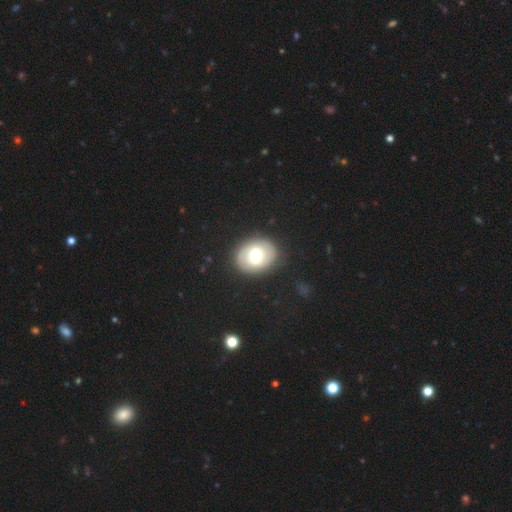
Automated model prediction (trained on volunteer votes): Overall: smooth (50%; featured or disk 43%). Merging: none (84%).